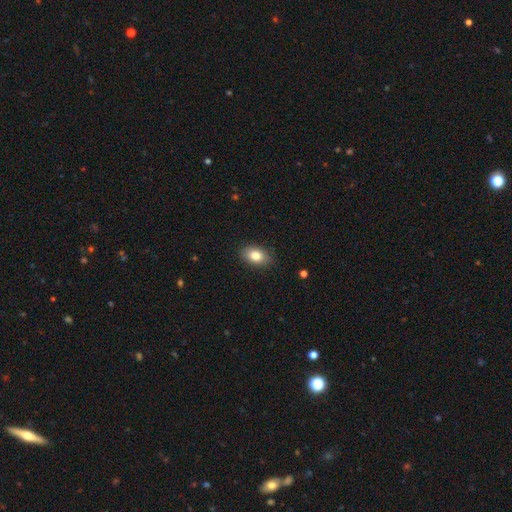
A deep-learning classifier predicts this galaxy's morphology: The model was most divided on "smooth or featured": smooth: 82%, featured or disk: 10%, star or artifact: 8%. More confident: merging — none (87%); how rounded — in between (86%).